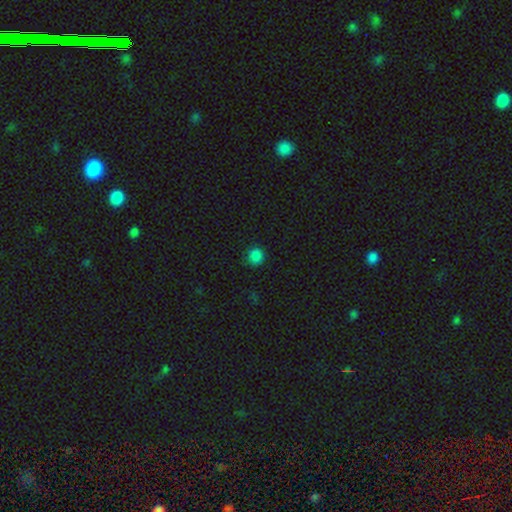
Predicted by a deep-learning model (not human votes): smooth 83%, star or artifact 14%, featured or disk 3%. Down the decision tree: how rounded — round (86%); merging — none (86%).